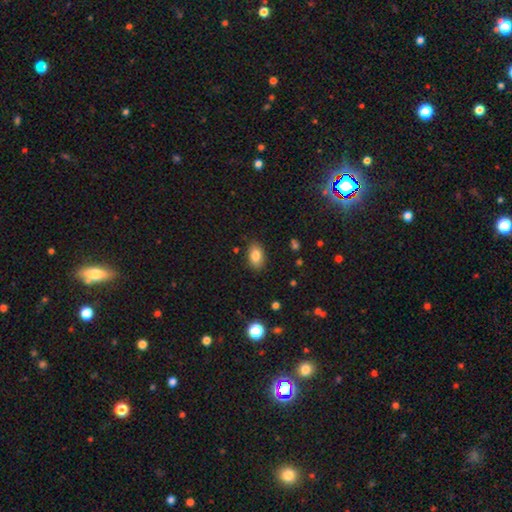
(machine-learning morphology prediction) The model was most divided on "merging": none: 86%, minor disturbance: 11%, major disturbance: 3%, merger: 1%. More confident: how rounded — in between (89%); smooth or featured — smooth (84%).